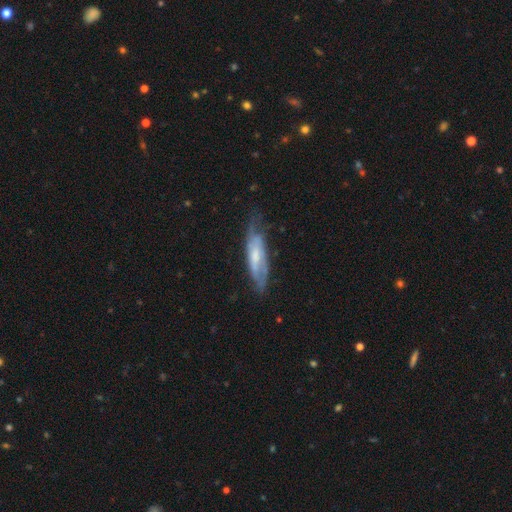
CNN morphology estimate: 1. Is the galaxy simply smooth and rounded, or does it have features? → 63% featured or disk, 31% smooth, 6% star or artifact.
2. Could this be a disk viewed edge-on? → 65% no, 35% yes.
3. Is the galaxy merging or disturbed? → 54% none, 30% minor disturbance, 15% major disturbance, 2% merger.